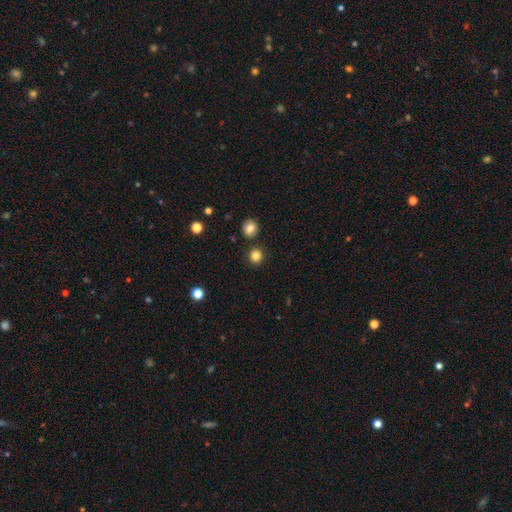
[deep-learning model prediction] smooth 83%, star or artifact 13%, featured or disk 5%. Down the decision tree: how rounded — round (91%); merging — none (87%).